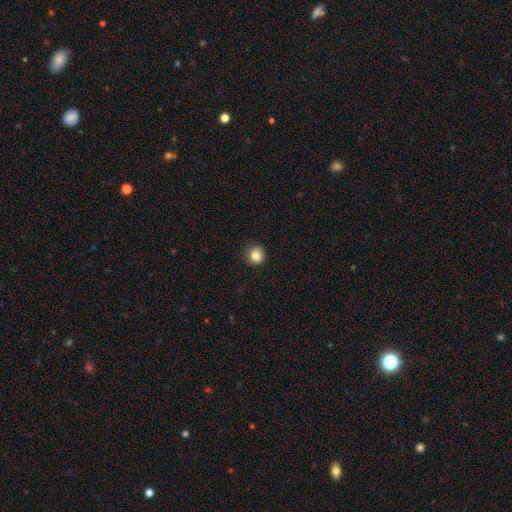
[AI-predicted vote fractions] The model was most divided on "merging": none: 79%, minor disturbance: 16%, major disturbance: 4%, merger: 1%. More confident: how rounded — round (88%); smooth or featured — smooth (83%).